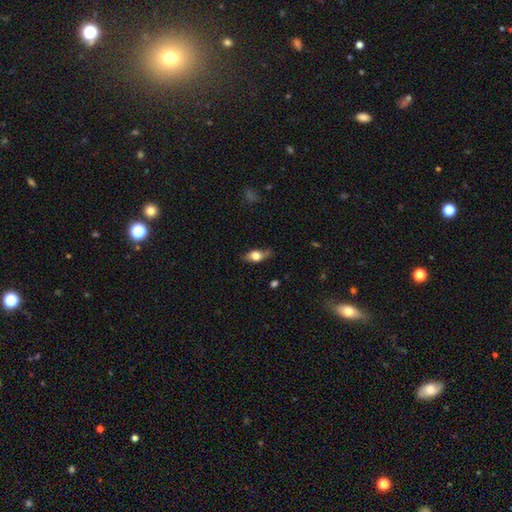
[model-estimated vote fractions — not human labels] This appears to be a smooth galaxy with no disk features (65%) that is in between round and cigar-shaped (76%). Merging: none (63%).